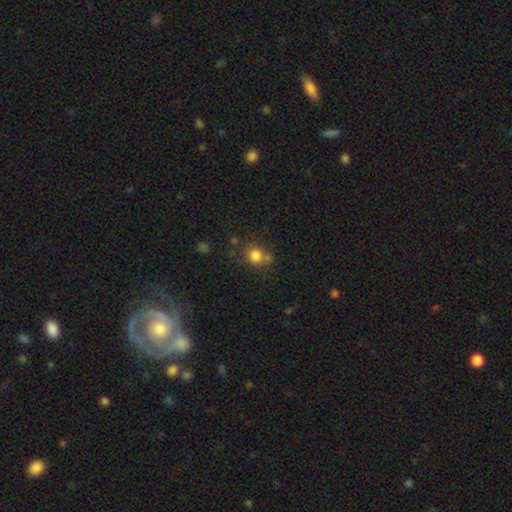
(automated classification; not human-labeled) Morphology: type=smooth (80%); roundness=round (80%); merging=none (60%).